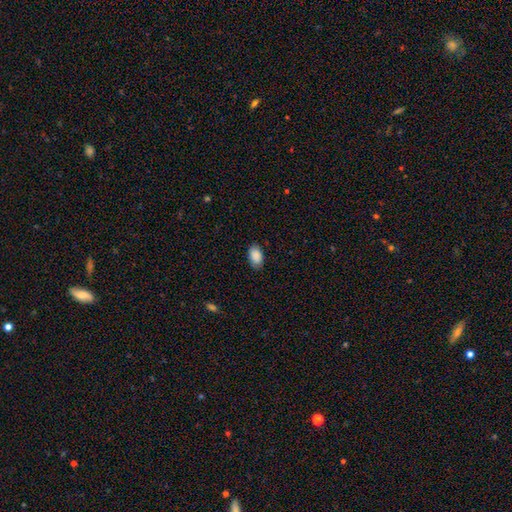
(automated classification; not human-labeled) Overall: smooth (90%). How rounded: in between (93%). Merging: none (84%).